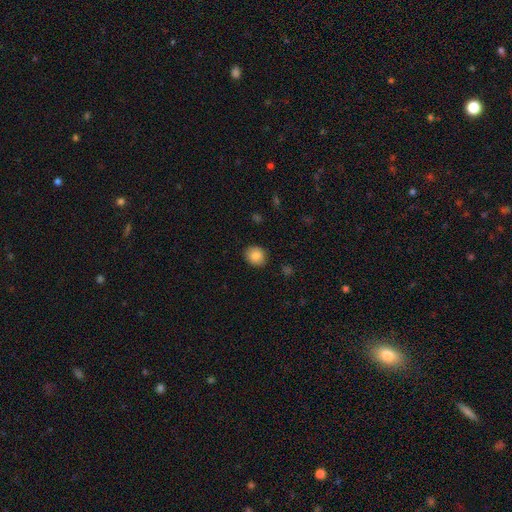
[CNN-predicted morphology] This appears to be a smooth galaxy with no disk features (87%) that is round (75%). Merging: none (89%).